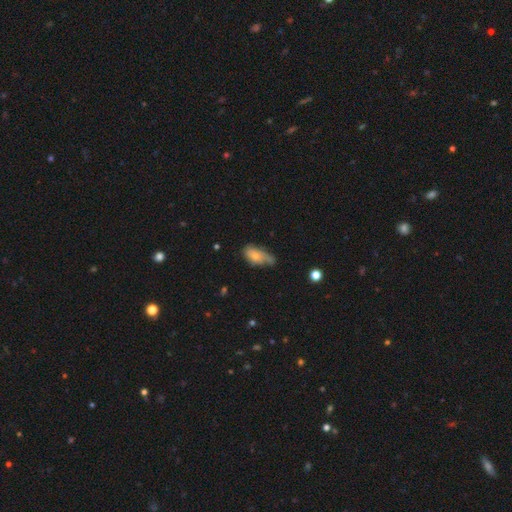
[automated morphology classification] Smooth or featured? smooth (66%)
How rounded? in between (87%)
Merging? minor disturbance (39%)